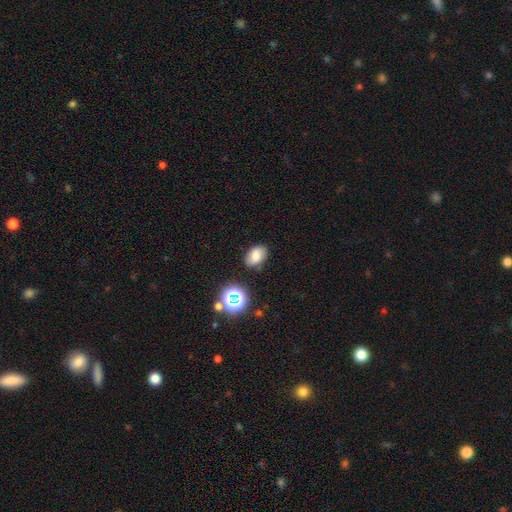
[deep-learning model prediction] Smooth or featured? Predicted: smooth (p=0.75). How rounded? Predicted: in between (p=0.85). Merging? Predicted: none (p=0.81).